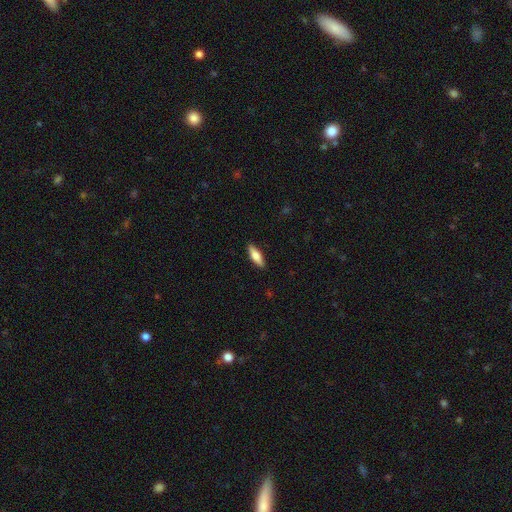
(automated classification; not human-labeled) This appears to be a smooth galaxy with no disk features (69%) that is in between round and cigar-shaped (51%). Merging: none (89%).